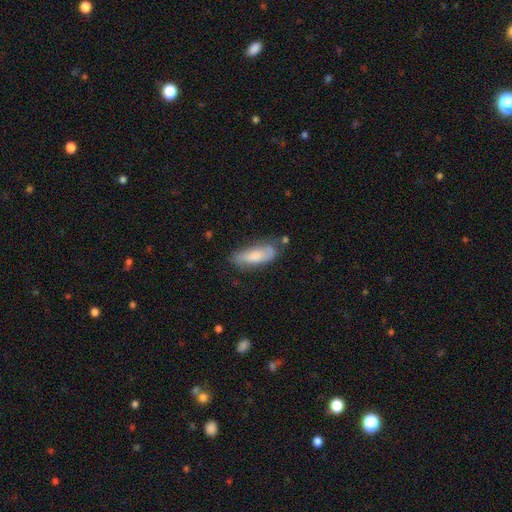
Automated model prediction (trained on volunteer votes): This is likely a smooth galaxy (65%). How rounded: likely in between (70%). Merging: likely none (61%).